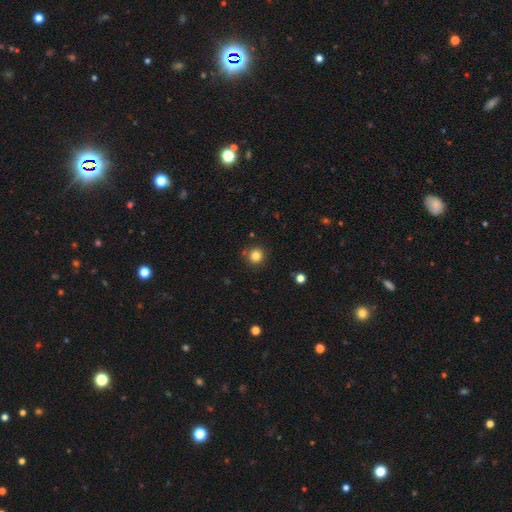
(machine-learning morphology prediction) Q: Smooth or featured?
A: smooth (83%); runner-up: star or artifact (12%)
Q: How rounded?
A: round (93%); runner-up: in between (6%)
Q: Merging?
A: none (85%); runner-up: minor disturbance (9%)